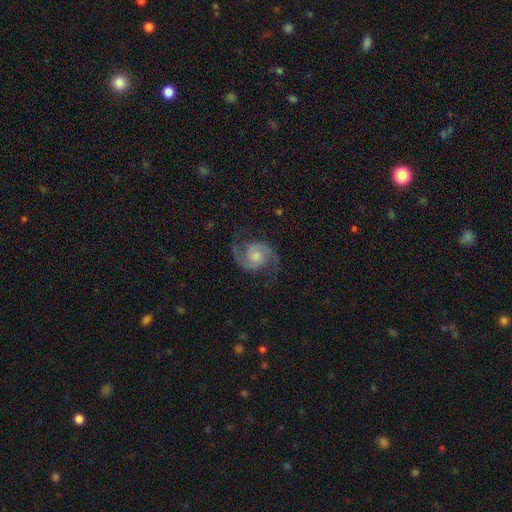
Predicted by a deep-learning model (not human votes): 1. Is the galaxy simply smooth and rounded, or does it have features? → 91% featured or disk, 5% star or artifact, 4% smooth.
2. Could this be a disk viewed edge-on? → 98% no, 2% yes.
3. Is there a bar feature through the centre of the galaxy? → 69% no, 26% weak, 5% strong.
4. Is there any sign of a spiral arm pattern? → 98% yes, 2% no.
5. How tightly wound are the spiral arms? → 60% medium, 22% loose, 19% tight.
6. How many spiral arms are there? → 94% 2, 1% can't tell, 1% 3, 1% 1, 1% 4, 1% more than 4.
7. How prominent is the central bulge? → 41% moderate, 33% small, 14% none, 10% large, 2% dominant.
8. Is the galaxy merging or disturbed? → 79% none, 13% minor disturbance, 6% major disturbance, 1% merger.